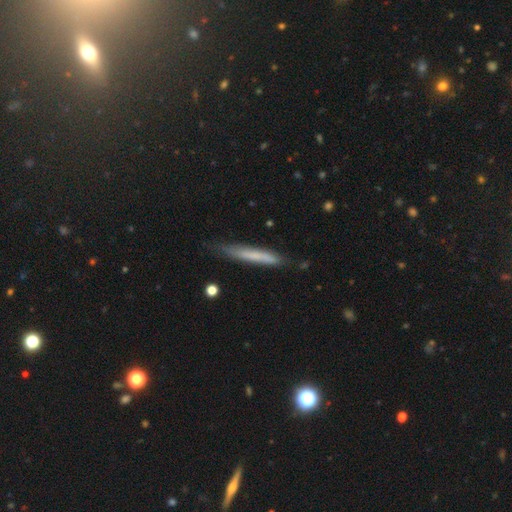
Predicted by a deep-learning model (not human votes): This is likely a smooth galaxy (65%). How rounded: clearly cigar-shaped (95%). Merging: likely none (76%).